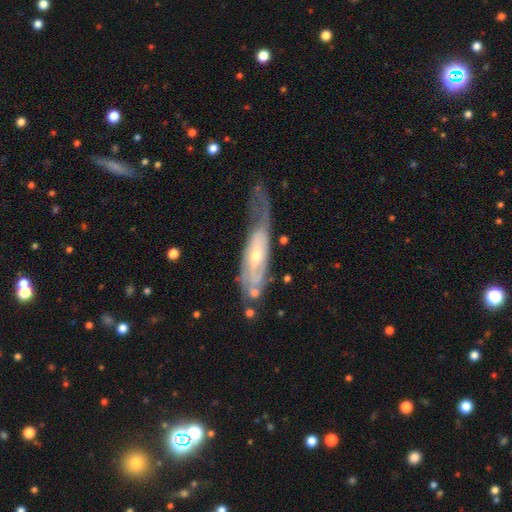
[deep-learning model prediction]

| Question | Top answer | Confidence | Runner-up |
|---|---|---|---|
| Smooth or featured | featured or disk | 76% | smooth (18%) |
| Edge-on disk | no | 73% | yes (27%) |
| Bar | no | 66% | weak (26%) |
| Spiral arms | yes | 80% | no (20%) |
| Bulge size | small | 56% | moderate (41%) |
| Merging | none | 38% | minor disturbance (29%) |